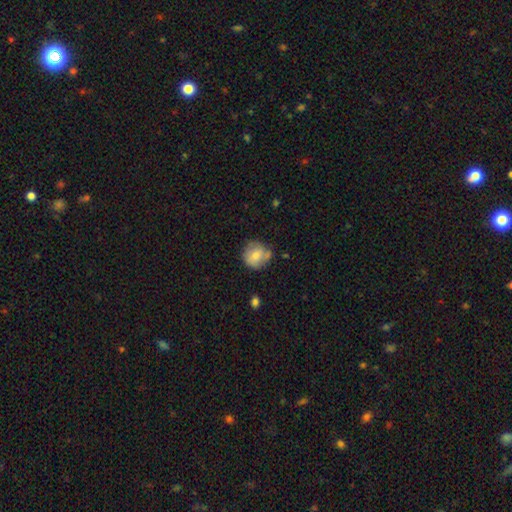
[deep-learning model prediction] This appears to be a smooth galaxy with no disk features (73%) that is round (86%). Merging: none (59%).